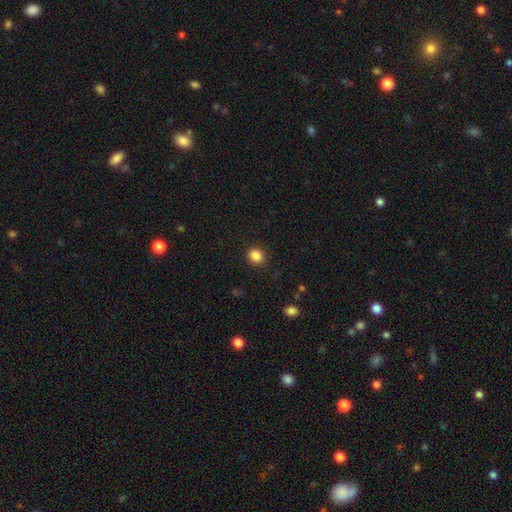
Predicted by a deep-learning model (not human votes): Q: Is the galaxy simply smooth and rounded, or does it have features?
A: smooth — 87%.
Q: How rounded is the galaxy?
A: round — 68%.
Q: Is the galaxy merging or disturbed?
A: none — 89%.